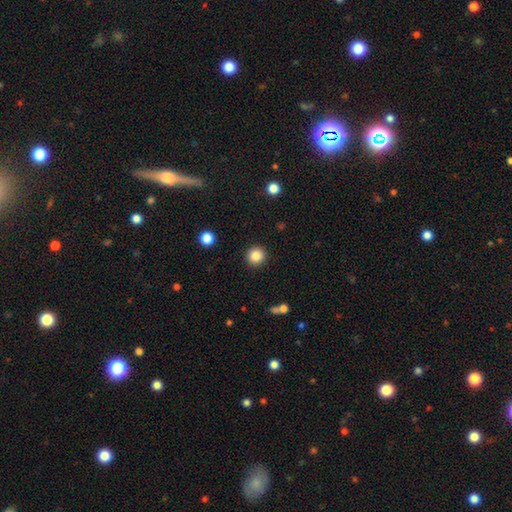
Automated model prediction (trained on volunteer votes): smooth-or-featured: smooth: 85% | star or artifact: 10% | featured or disk: 5%
  how-rounded: round: 94% | in between: 5% | cigar-shaped: 1%
  merging: none: 92% | minor disturbance: 5% | major disturbance: 2% | merger: 1%